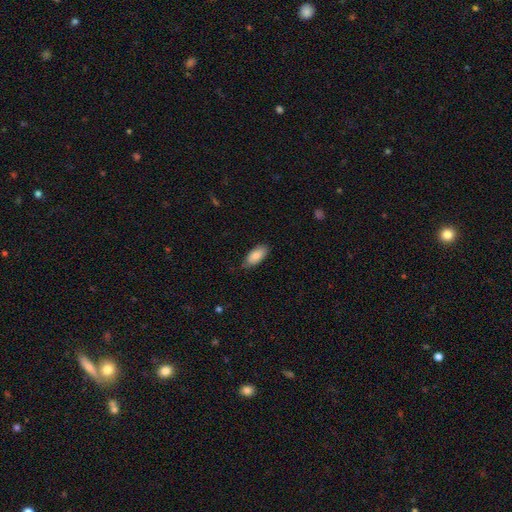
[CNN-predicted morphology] A smooth galaxy with no disk features (86%) that is in between round and cigar-shaped (90%).

Vote fractions:
- Smooth or featured? smooth: 86% / featured or disk: 8% / star or artifact: 6%
- How rounded? in between: 90% / cigar-shaped: 8% / round: 2%
- Merging? none: 77% / minor disturbance: 19% / major disturbance: 3% / merger: 1%